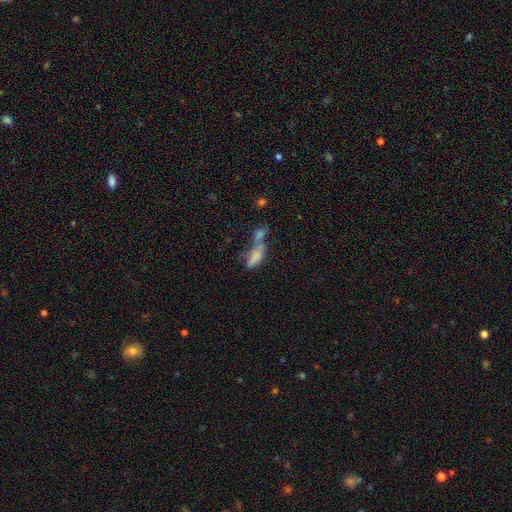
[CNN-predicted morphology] A smooth galaxy with no disk features (67%) that is in between round and cigar-shaped (64%).

Vote fractions:
- Smooth or featured? smooth: 67% / featured or disk: 22% / star or artifact: 11%
- How rounded? in between: 64% / cigar-shaped: 32% / round: 4%
- Merging? merger: 58% / none: 17% / major disturbance: 14% / minor disturbance: 11%